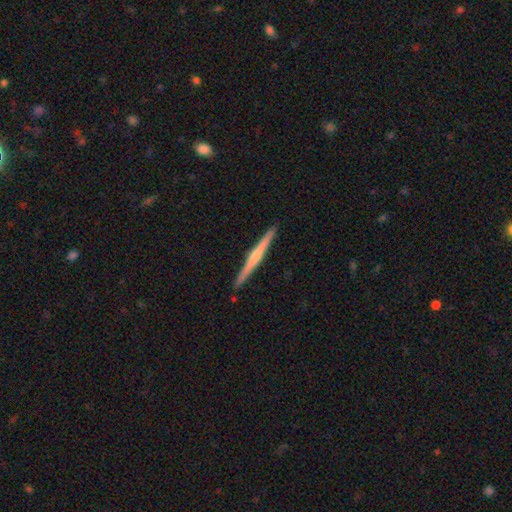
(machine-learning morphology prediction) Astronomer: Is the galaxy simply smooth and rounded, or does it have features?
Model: featured or disk — 66%.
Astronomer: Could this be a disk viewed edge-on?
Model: yes — 98%.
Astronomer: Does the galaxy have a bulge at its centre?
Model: rounded — 63%.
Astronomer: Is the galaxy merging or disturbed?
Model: none — 91%.